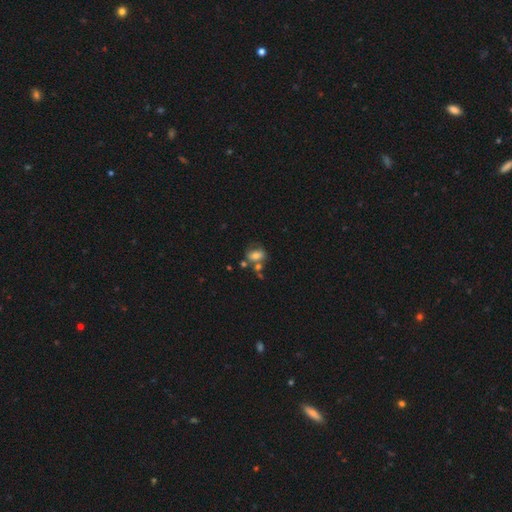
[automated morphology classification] The model was most divided on "merging": none: 44%, merger: 26%, minor disturbance: 20%, major disturbance: 10%. More confident: how rounded — in between (73%); smooth or featured — smooth (68%).